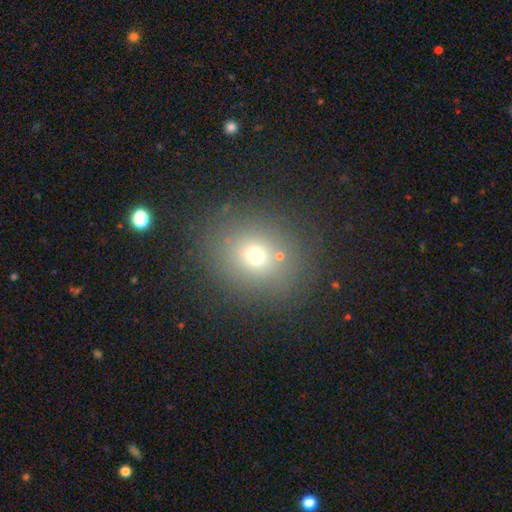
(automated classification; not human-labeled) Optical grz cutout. It shows a smooth galaxy with no disk features (67%) that is round (71%). Merging: none (82%).